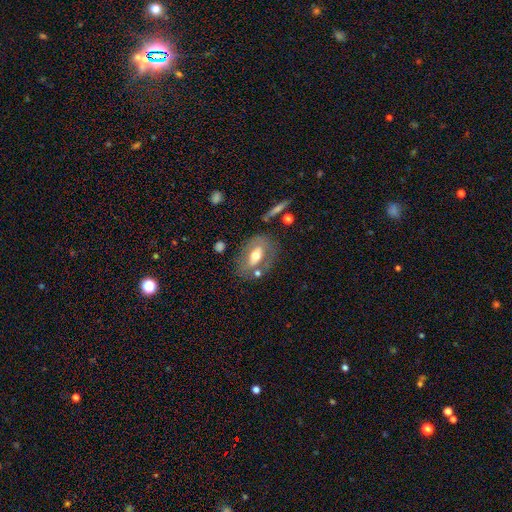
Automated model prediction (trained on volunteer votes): Morphology: type=featured or disk (47%); merging=none (65%).